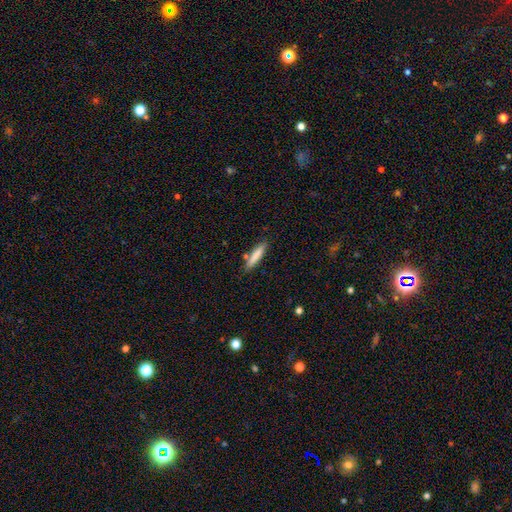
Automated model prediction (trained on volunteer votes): This appears to be a smooth galaxy with no disk features (81%) that is cigar-shaped (85%). Merging: none (81%).